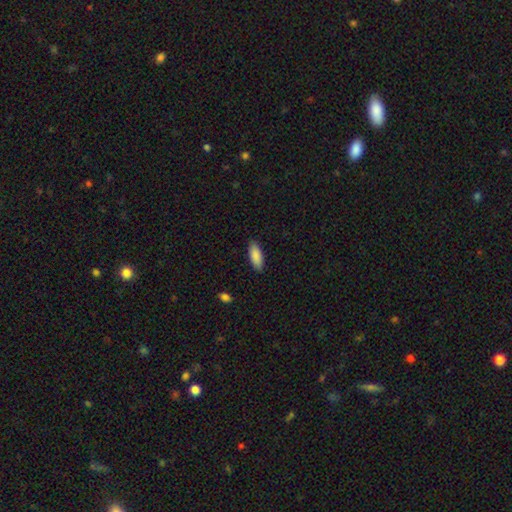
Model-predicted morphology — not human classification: A smooth galaxy with no disk features (89%) that is in between round and cigar-shaped (76%). Merging: none (87%).